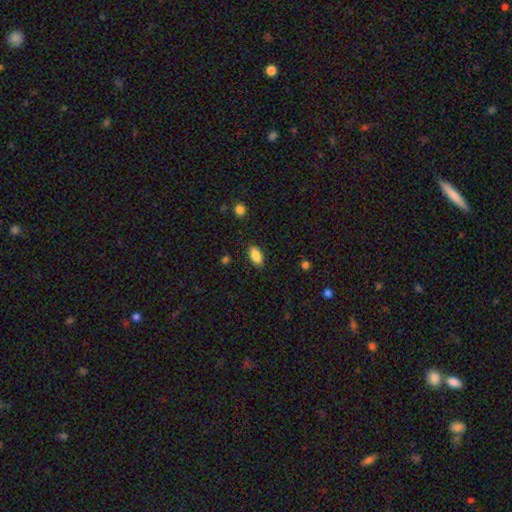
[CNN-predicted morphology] smooth_or_featured: smooth (p=0.85) [alt: star or artifact p=0.08]
how_rounded: in between (p=0.91) [alt: cigar-shaped p=0.05]
merging: none (p=0.88) [alt: minor disturbance p=0.09]